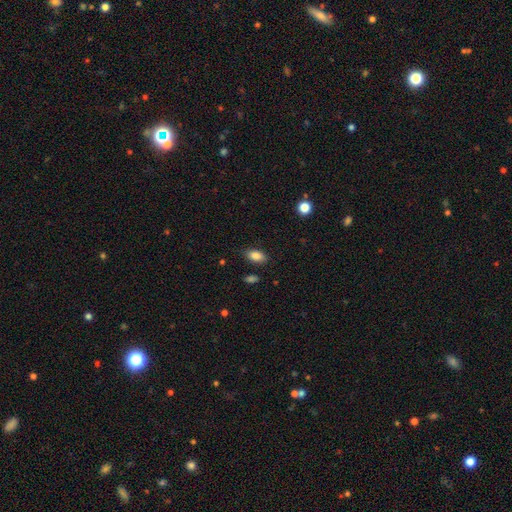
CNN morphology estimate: smooth_or_featured: smooth (p=0.85) [alt: star or artifact p=0.08]
how_rounded: in between (p=0.91) [alt: round p=0.06]
merging: none (p=0.83) [alt: minor disturbance p=0.12]